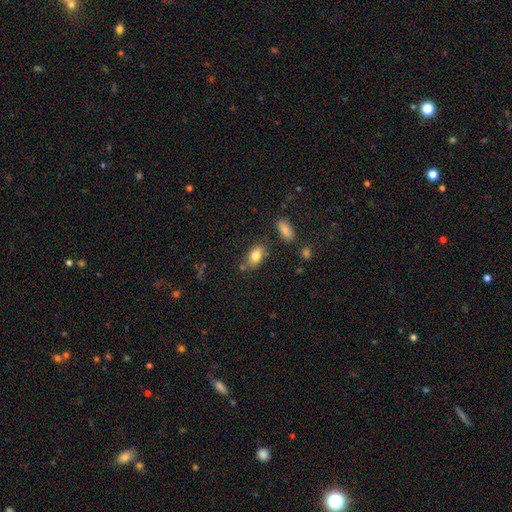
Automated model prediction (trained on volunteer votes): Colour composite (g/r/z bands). It shows a smooth galaxy with no disk features (81%) that is in between round and cigar-shaped (87%). Merging: none (70%).